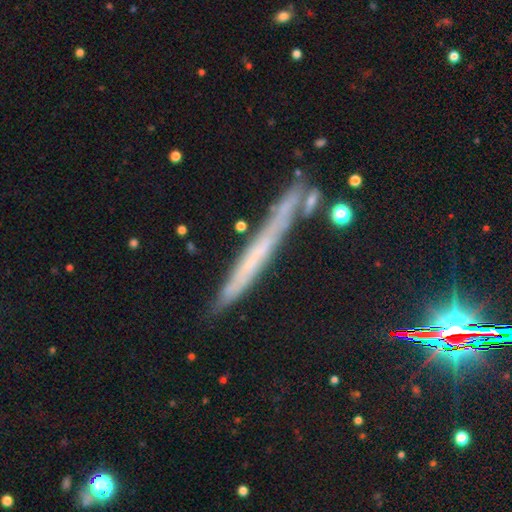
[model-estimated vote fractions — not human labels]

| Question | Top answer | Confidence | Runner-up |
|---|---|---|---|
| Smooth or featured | featured or disk | 52% | smooth (33%) |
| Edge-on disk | yes | 91% | no (9%) |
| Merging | none | 79% | minor disturbance (15%) |